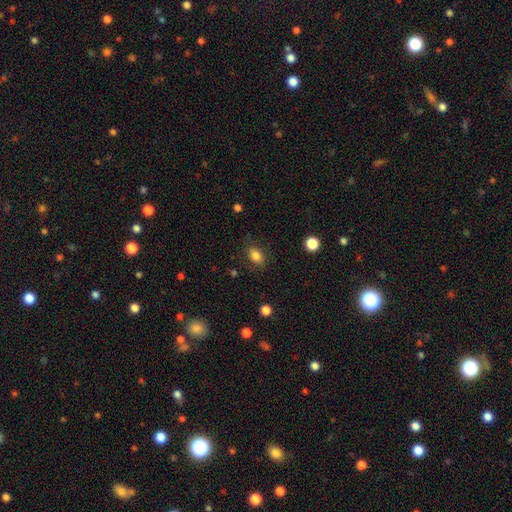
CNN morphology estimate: Overall: smooth (83%). How rounded: in between (79%). Merging: none (83%).